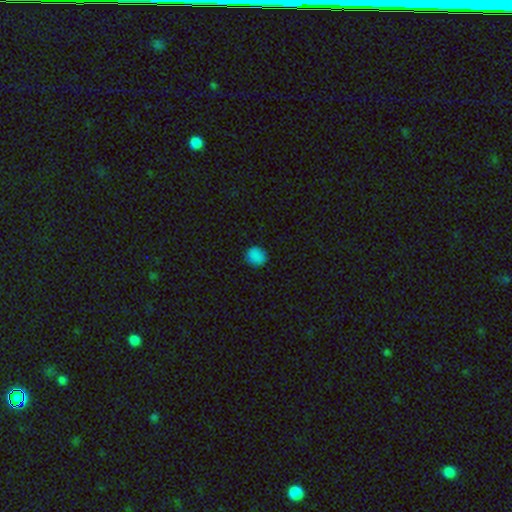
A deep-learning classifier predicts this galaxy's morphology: Overall: smooth (85%). How rounded: round (86%). Merging: none (89%).